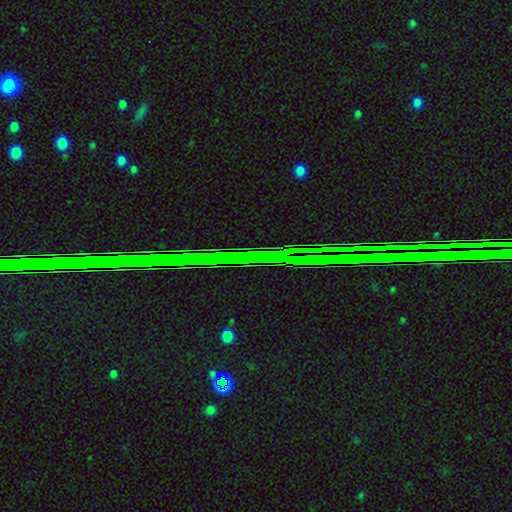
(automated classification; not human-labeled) The model was most divided on "smooth or featured": star or artifact: 81%, featured or disk: 11%, smooth: 8%.